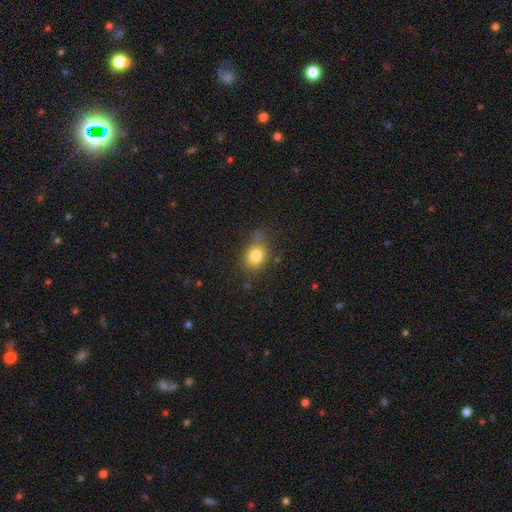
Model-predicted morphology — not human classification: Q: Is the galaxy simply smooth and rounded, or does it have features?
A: smooth — 80%.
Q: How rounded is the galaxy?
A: in between — 54%.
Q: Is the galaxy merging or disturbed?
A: none — 65%.